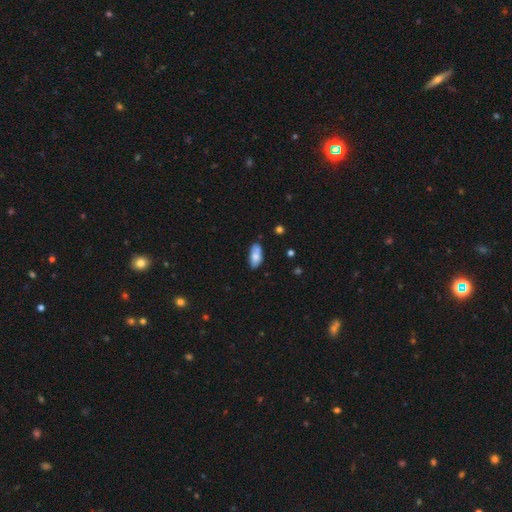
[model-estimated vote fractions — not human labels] A smooth galaxy with no disk features (74%) that is in between round and cigar-shaped (88%).

Vote fractions:
- Smooth or featured? smooth: 74% / featured or disk: 19% / star or artifact: 7%
- How rounded? in between: 88% / cigar-shaped: 10% / round: 2%
- Merging? none: 69% / minor disturbance: 21% / merger: 5% / major disturbance: 4%